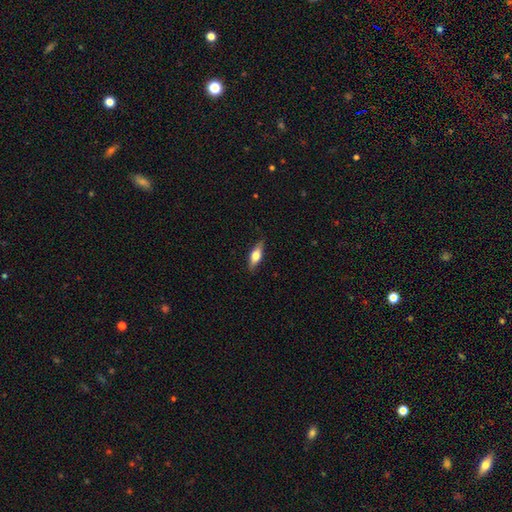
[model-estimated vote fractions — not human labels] The model was most divided on "how rounded": in between: 54%, cigar-shaped: 43%, round: 3%. More confident: merging — none (85%); smooth or featured — smooth (55%).